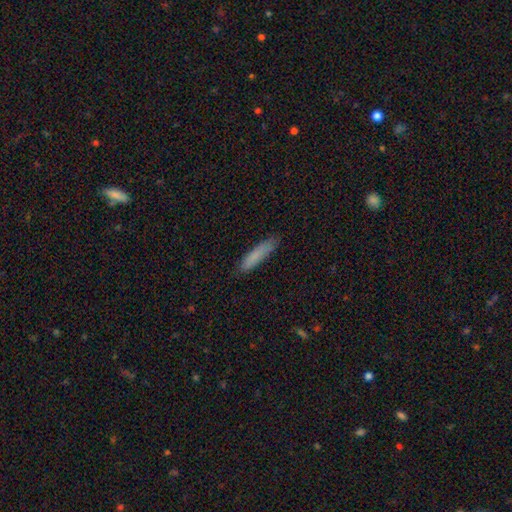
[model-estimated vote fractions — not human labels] Q: Smooth or featured?
A: smooth (83%); runner-up: featured or disk (11%)
Q: How rounded?
A: cigar-shaped (85%); runner-up: in between (14%)
Q: Merging?
A: none (84%); runner-up: minor disturbance (13%)